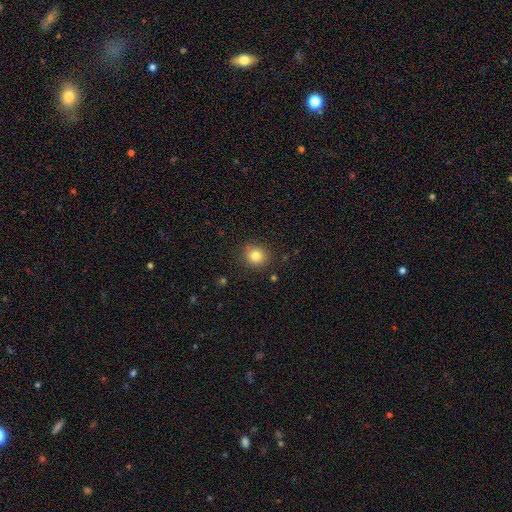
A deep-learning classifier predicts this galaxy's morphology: This appears to be a smooth galaxy with no disk features (81%) that is round (89%). Merging: none (87%).